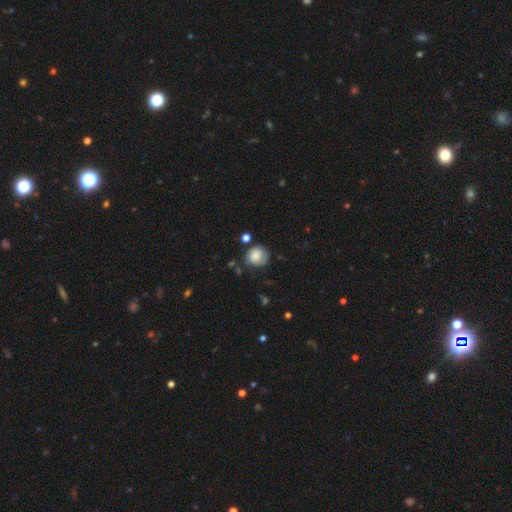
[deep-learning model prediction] Overall: smooth (72%). How rounded: round (81%). Merging: none (62%; minor disturbance 24%).